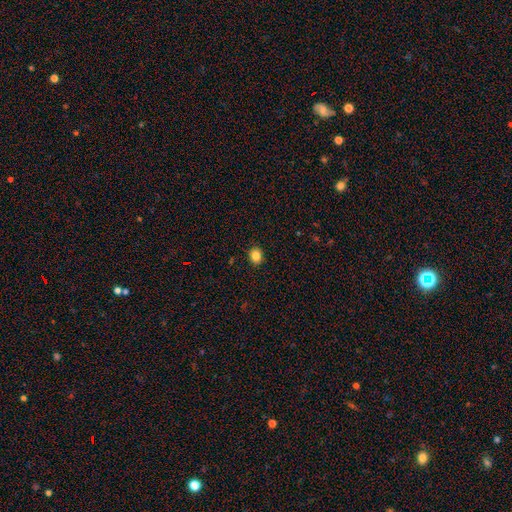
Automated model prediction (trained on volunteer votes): This is clearly a smooth galaxy (84%). How rounded: possibly round (58%). Merging: clearly none (90%).